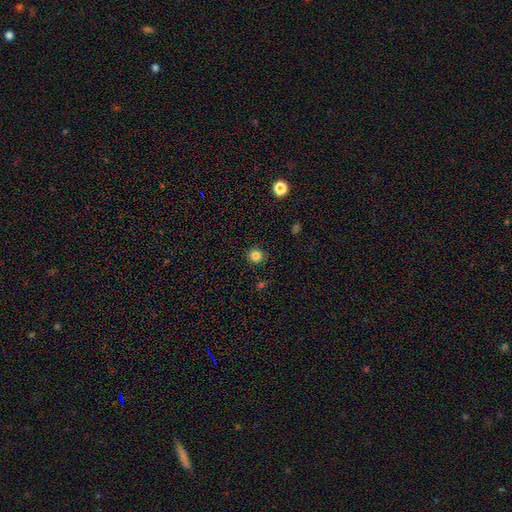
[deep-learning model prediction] Overall: smooth (83%). How rounded: round (94%). Merging: none (90%).